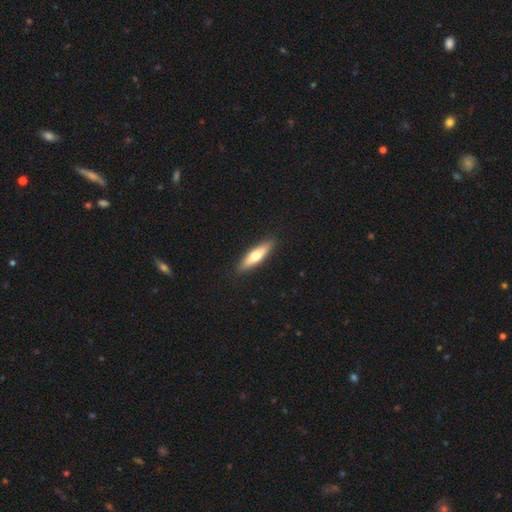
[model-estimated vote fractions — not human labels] smooth-or-featured: smooth: 59% | featured or disk: 36% | star or artifact: 5%
  how-rounded: cigar-shaped: 73% | in between: 25% | round: 2%
  merging: none: 90% | minor disturbance: 7% | major disturbance: 2% | merger: 1%